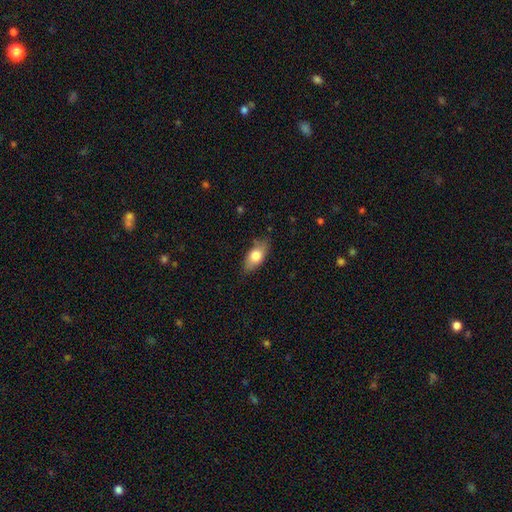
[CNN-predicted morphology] smooth_or_featured: smooth (p=0.73) [alt: featured or disk p=0.20]
how_rounded: in between (p=0.84) [alt: cigar-shaped p=0.11]
merging: none (p=0.77) [alt: minor disturbance p=0.18]